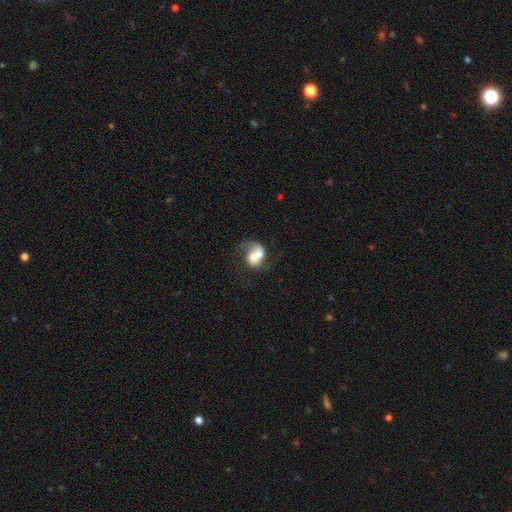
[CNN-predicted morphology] type=featured or disk (60%); edge-on=no (98%); bar=no (62%); spiral arms=yes (80%); bulge=moderate (31%); merging=merger (36%).